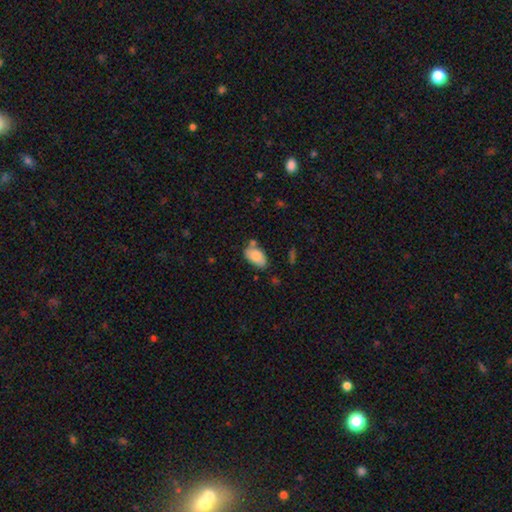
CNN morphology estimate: A smooth galaxy with no disk features (80%) that is in between round and cigar-shaped (93%).

Vote fractions:
- Smooth or featured? smooth: 80% / featured or disk: 13% / star or artifact: 7%
- How rounded? in between: 93% / round: 5% / cigar-shaped: 2%
- Merging? none: 58% / minor disturbance: 22% / merger: 14% / major disturbance: 5%